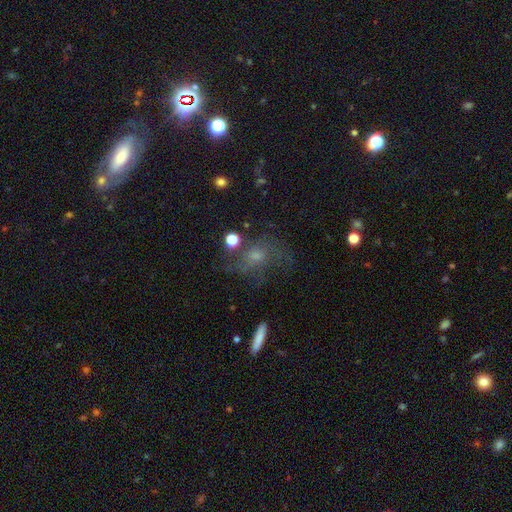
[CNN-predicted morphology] A featured or disk galaxy (48%). Merging: none (53%).